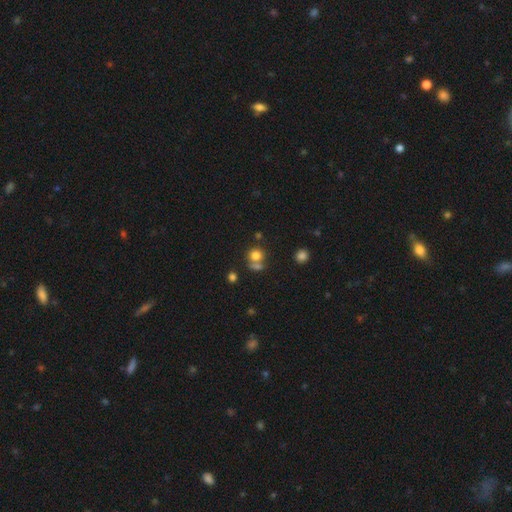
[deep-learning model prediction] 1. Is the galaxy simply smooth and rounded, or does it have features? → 77% smooth, 14% star or artifact, 9% featured or disk.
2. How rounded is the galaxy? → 84% round, 15% in between, 1% cigar-shaped.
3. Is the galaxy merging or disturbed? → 54% none, 32% merger, 9% minor disturbance, 5% major disturbance.